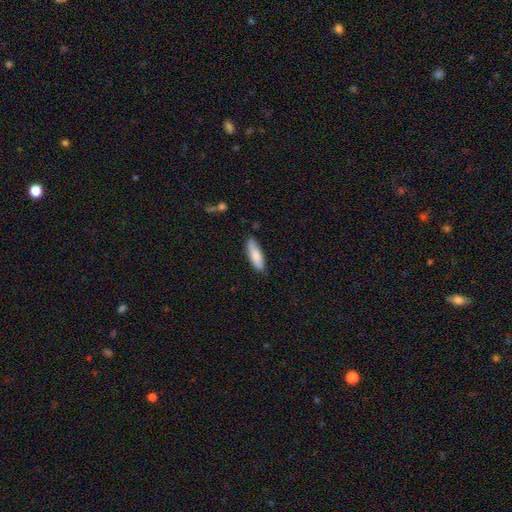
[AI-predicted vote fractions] This appears to be a smooth galaxy with no disk features (84%) that is cigar-shaped (50%). Merging: none (82%).